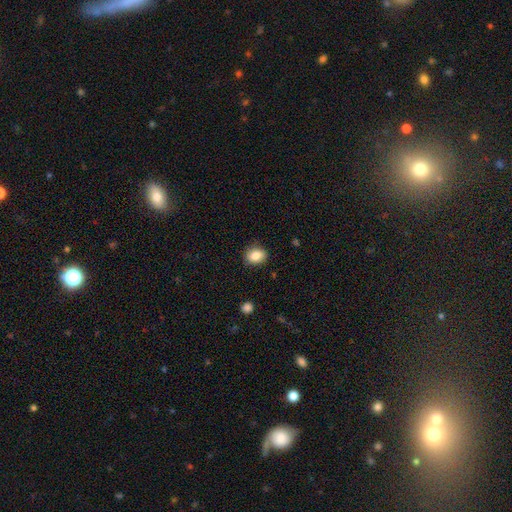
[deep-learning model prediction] Smooth or featured? smooth (86%)
How rounded? in between (51%)
Merging? none (84%)